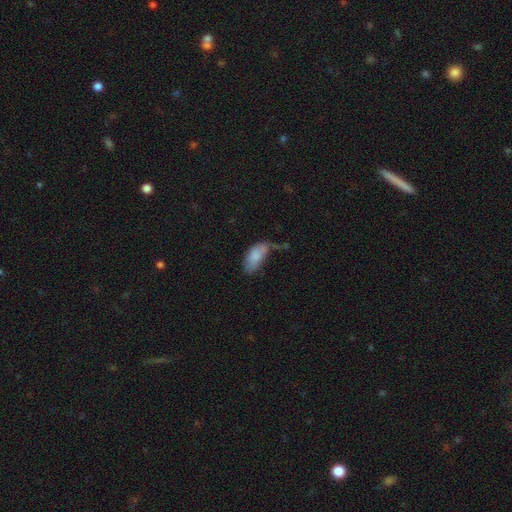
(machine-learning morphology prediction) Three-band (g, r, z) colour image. It shows a smooth galaxy with no disk features (80%) that is in between round and cigar-shaped (91%). Merging: none (35%).